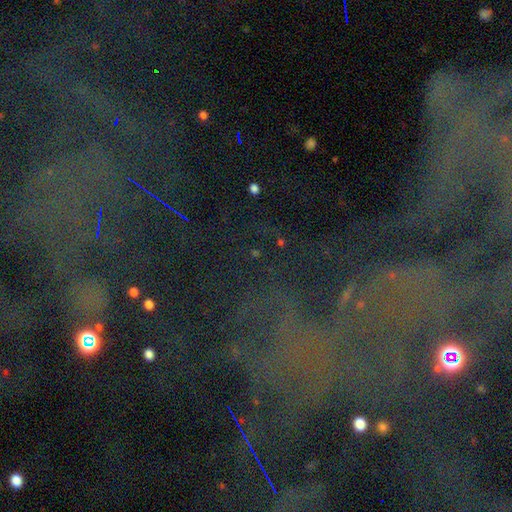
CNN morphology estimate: Smooth or featured?
  - star or artifact: 65% *
  - featured or disk: 22%
  - smooth: 13%